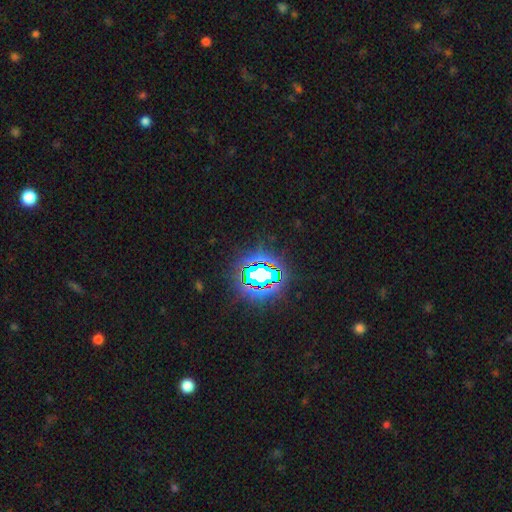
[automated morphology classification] Smooth or featured: star or artifact — 83% (smooth — 10%)